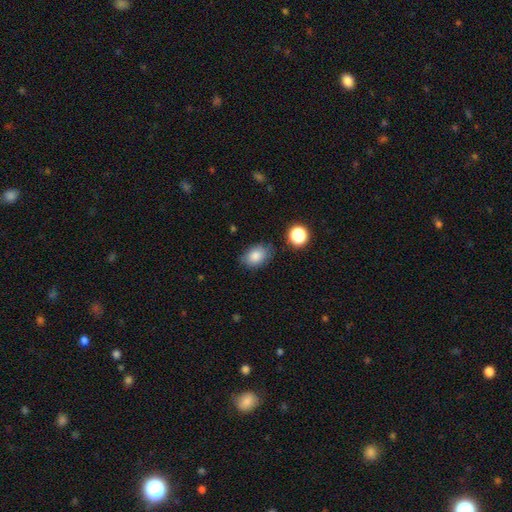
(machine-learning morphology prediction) Smooth or featured? Predicted: smooth (p=0.84). How rounded? Predicted: in between (p=0.78). Merging? Predicted: none (p=0.75).